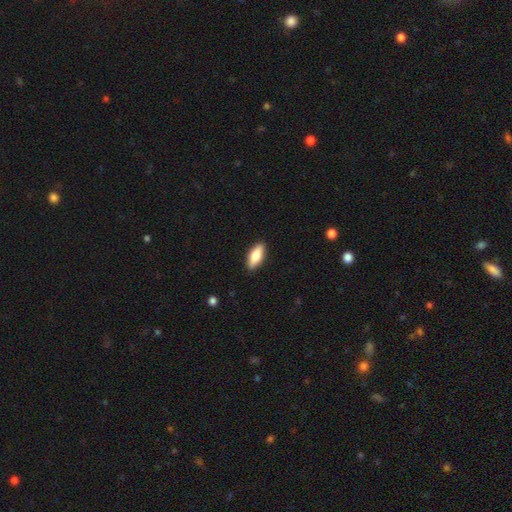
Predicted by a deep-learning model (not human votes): Morphology: type=smooth (74%); roundness=in between (77%); merging=none (90%).